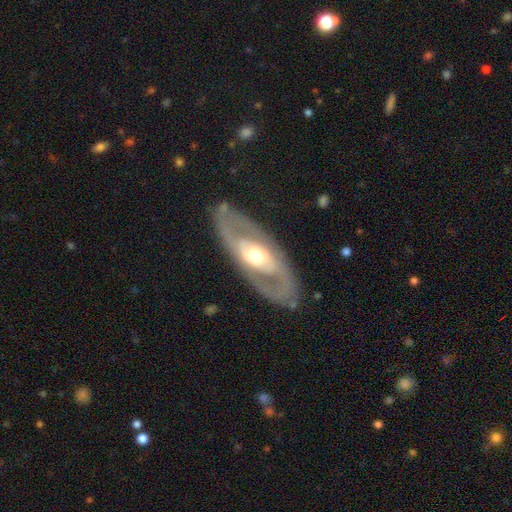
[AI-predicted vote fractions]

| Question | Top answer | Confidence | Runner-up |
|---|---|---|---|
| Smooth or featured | featured or disk | 75% | smooth (21%) |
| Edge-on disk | no | 85% | yes (15%) |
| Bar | no | 68% | weak (21%) |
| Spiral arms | no | 59% | yes (41%) |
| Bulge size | moderate | 67% | small (17%) |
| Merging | none | 82% | minor disturbance (11%) |